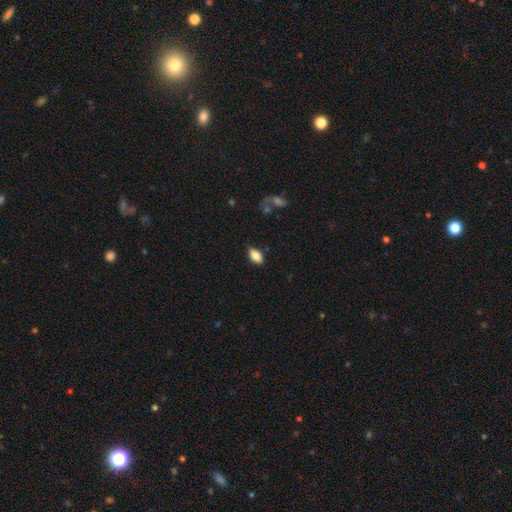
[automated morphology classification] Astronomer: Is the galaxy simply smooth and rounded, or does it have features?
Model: smooth — 83%.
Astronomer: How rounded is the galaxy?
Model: in between — 91%.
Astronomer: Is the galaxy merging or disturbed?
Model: none — 85%.